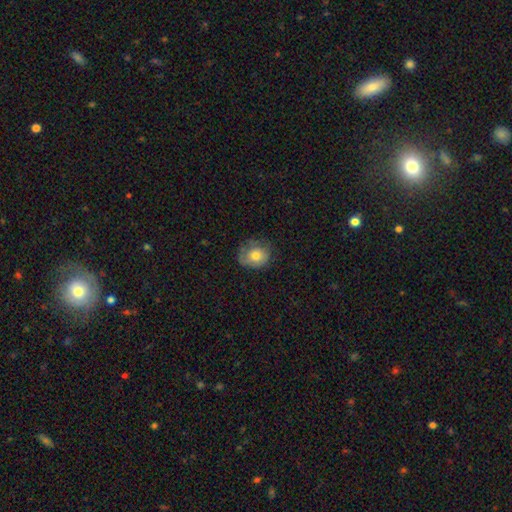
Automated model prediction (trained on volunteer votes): Smooth or featured? smooth (67%)
How rounded? round (66%)
Merging? none (57%)